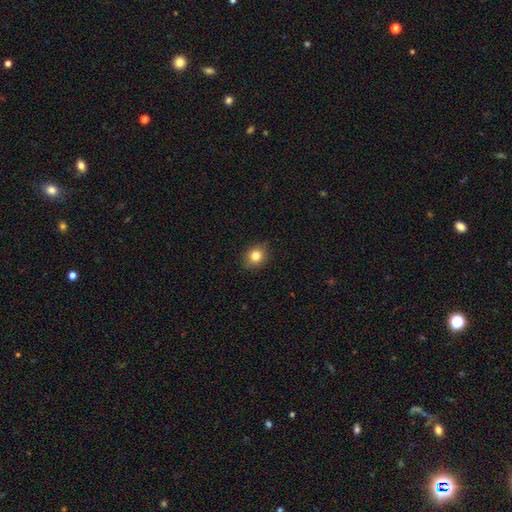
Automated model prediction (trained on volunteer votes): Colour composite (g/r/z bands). It shows a smooth galaxy with no disk features (82%) that is round (59%). Merging: none (87%).